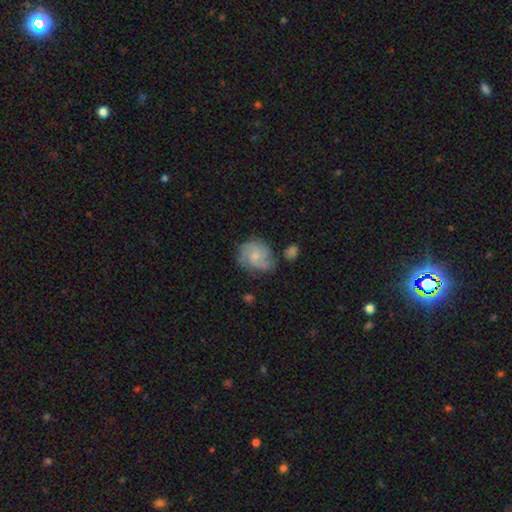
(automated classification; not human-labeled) smooth_or_featured: featured or disk (p=0.58) [alt: smooth p=0.34]
disk_edge_on: no (p=0.98) [alt: yes p=0.02]
bar: no (p=0.76) [alt: weak p=0.22]
has_spiral_arms: yes (p=0.86) [alt: no p=0.14]
bulge_size: small (p=0.64) [alt: moderate p=0.27]
merging: none (p=0.63) [alt: minor disturbance p=0.24]